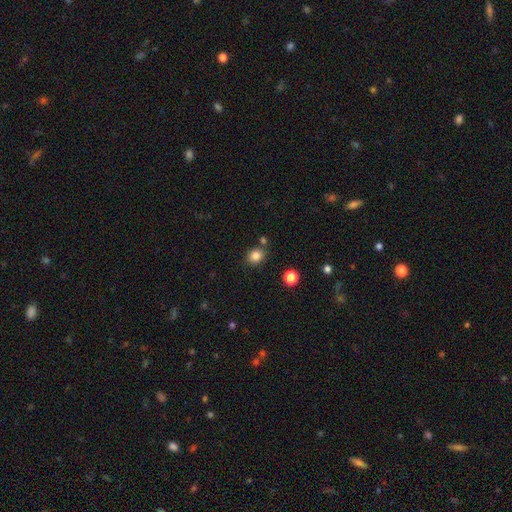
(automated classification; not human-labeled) Smooth or featured? smooth (84%)
How rounded? round (65%)
Merging? none (78%)